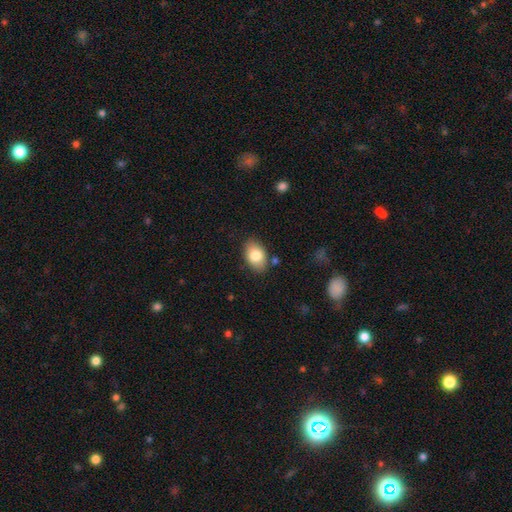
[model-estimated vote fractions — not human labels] Smooth or featured?
  - smooth: 81% *
  - featured or disk: 12%
  - star or artifact: 7%
How rounded?
  - in between: 88% *
  - round: 11%
  - cigar-shaped: 1%
Merging?
  - none: 82% *
  - minor disturbance: 12%
  - merger: 3%
  - major disturbance: 3%